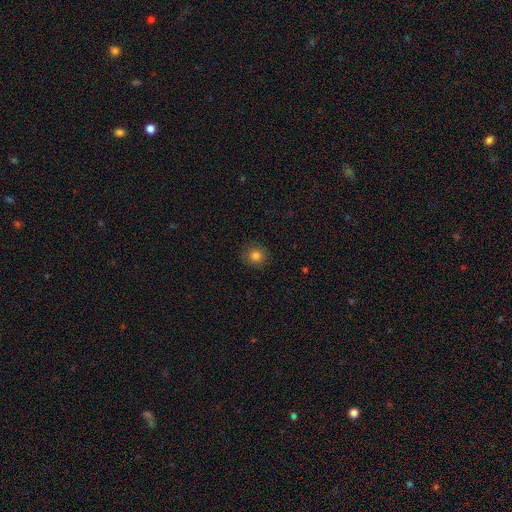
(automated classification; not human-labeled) Overall: smooth (82%). How rounded: round (90%). Merging: none (88%).